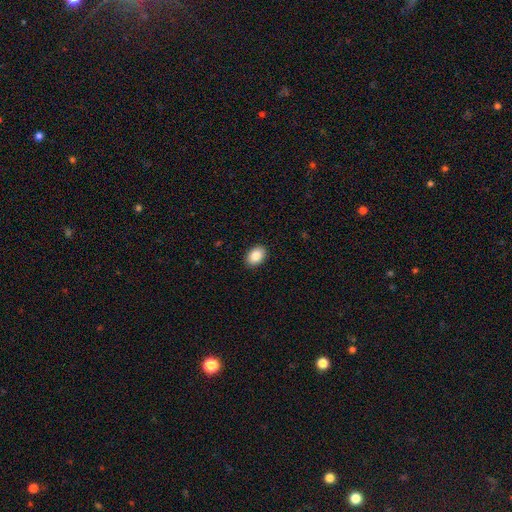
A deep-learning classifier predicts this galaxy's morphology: Smooth or featured: smooth — 87% (star or artifact — 7%)
How rounded: in between — 83% (round — 16%)
Merging: none — 90% (minor disturbance — 7%)